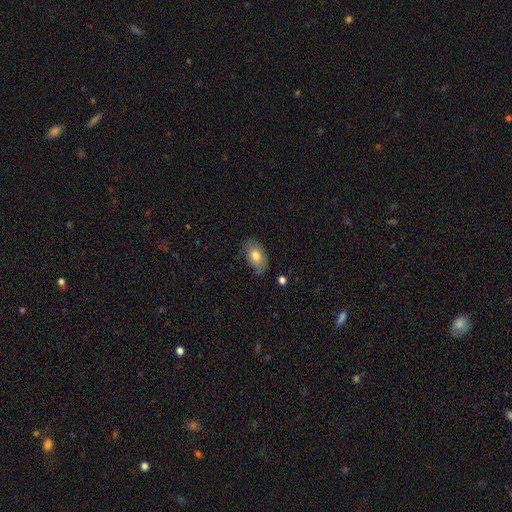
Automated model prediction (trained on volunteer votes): Smooth or featured? Predicted: smooth (p=0.77). How rounded? Predicted: in between (p=0.90). Merging? Predicted: none (p=0.72).